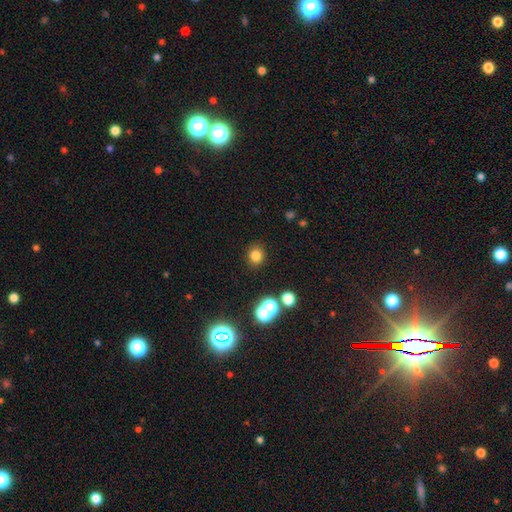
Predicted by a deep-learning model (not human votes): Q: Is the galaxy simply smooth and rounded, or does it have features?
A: smooth — 78%.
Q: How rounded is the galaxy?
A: round — 82%.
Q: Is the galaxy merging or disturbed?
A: none — 86%.